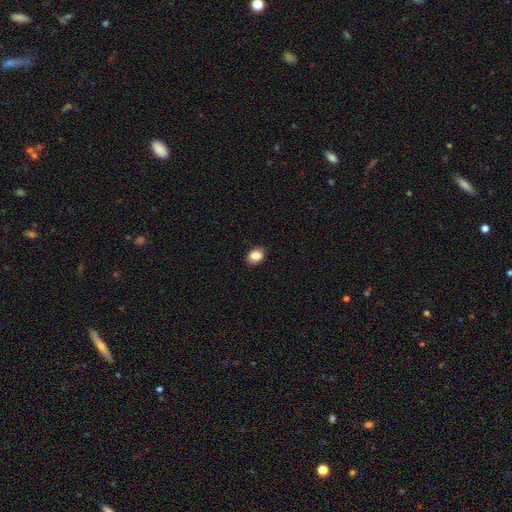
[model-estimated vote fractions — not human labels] Overall: smooth (85%). How rounded: in between (58%; round 41%). Merging: none (90%).